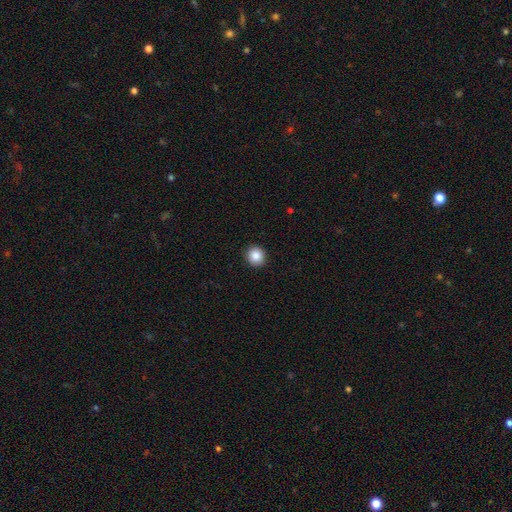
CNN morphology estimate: Q: Smooth or featured?
A: smooth (87%); runner-up: star or artifact (9%)
Q: How rounded?
A: round (90%); runner-up: in between (9%)
Q: Merging?
A: none (92%); runner-up: minor disturbance (6%)